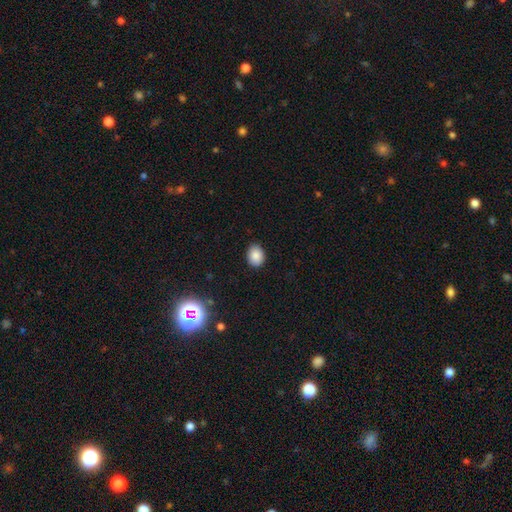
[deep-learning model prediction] This appears to be a smooth galaxy with no disk features (87%) that is in between round and cigar-shaped (66%). Merging: none (88%).